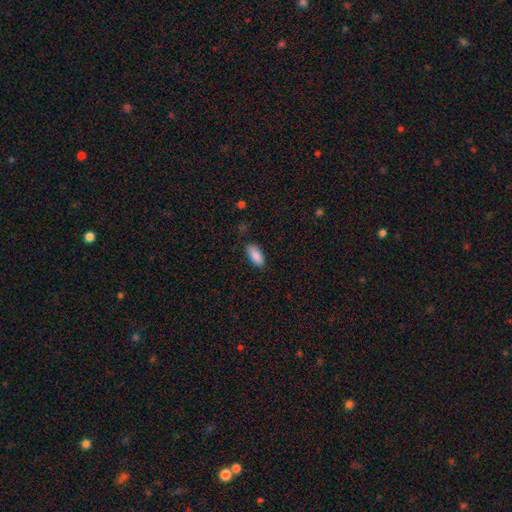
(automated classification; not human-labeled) Smooth or featured? smooth (89%)
How rounded? in between (87%)
Merging? none (83%)